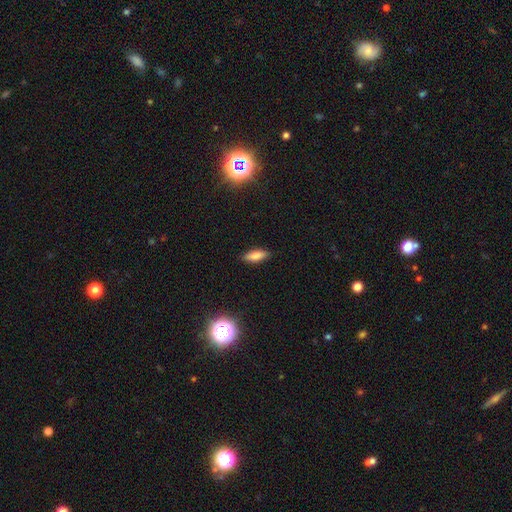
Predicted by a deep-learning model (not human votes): smooth 80%, featured or disk 11%, star or artifact 10%. Down the decision tree: how rounded — in between (66%); merging — none (87%).